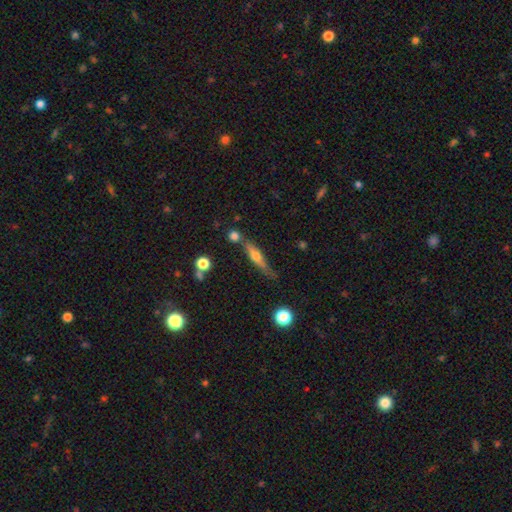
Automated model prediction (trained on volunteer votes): A featured or disk galaxy (57%) viewed edge-on (92%) with a rounded central bulge (86%).

Vote fractions:
- Smooth or featured? featured or disk: 57% / smooth: 36% / star or artifact: 7%
- Edge-on disk? yes: 92% / no: 8%
- Edge-on bulge? rounded: 86% / boxy: 7% / none: 7%
- Merging? none: 66% / minor disturbance: 18% / merger: 11% / major disturbance: 5%